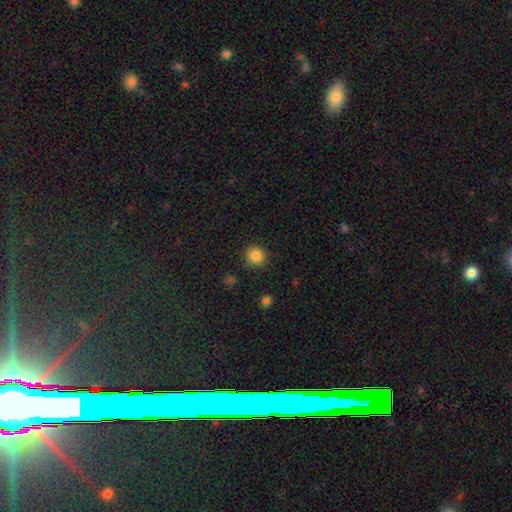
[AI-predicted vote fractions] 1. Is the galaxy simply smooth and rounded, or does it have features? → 84% smooth, 11% star or artifact, 5% featured or disk.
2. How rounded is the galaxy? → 92% round, 7% in between, 1% cigar-shaped.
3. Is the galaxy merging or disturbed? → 88% none, 8% minor disturbance, 2% major disturbance, 1% merger.